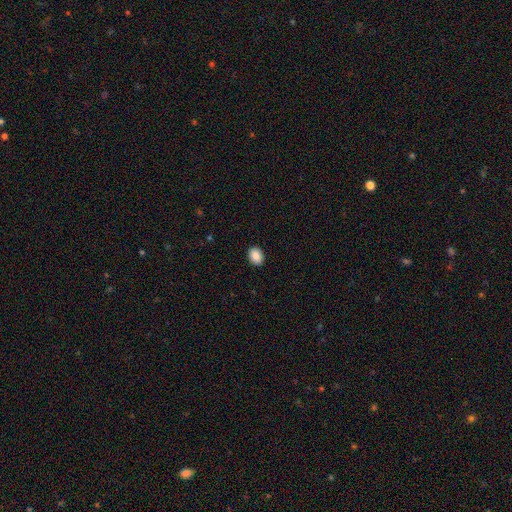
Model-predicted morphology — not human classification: Smooth or featured? Predicted: smooth (p=0.89). How rounded? Predicted: in between (p=0.68). Merging? Predicted: none (p=0.91).